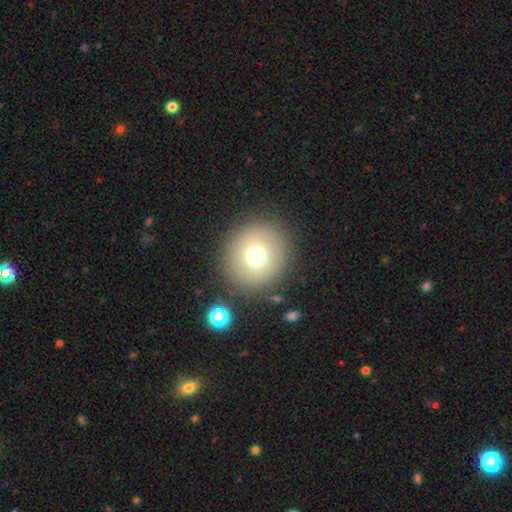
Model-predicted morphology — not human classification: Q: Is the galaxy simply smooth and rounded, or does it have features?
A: smooth — 71%.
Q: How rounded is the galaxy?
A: round — 92%.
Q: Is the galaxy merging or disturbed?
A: none — 87%.